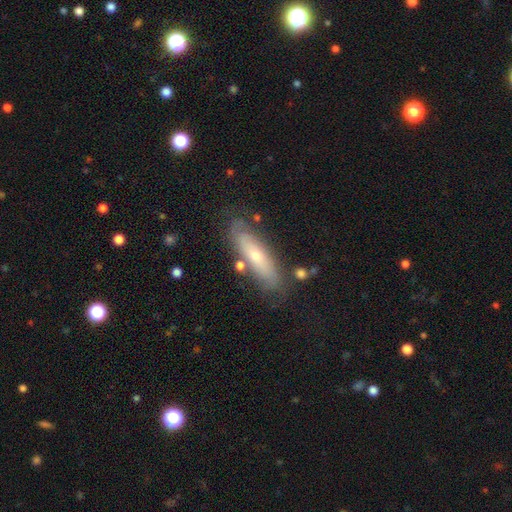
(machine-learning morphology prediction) Smooth or featured: featured or disk — 54% (smooth — 39%)
Edge-on disk: no — 62% (yes — 38%)
Merging: none — 72% (minor disturbance — 17%)